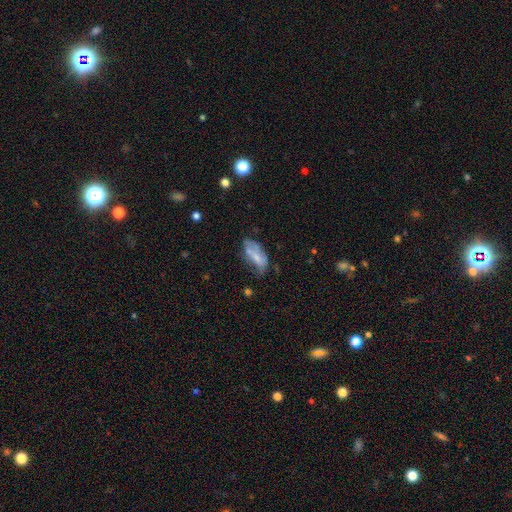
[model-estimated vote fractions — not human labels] A smooth galaxy with no disk features (55%) that is in between round and cigar-shaped (87%).

Vote fractions:
- Smooth or featured? smooth: 55% / featured or disk: 37% / star or artifact: 8%
- How rounded? in between: 87% / cigar-shaped: 10% / round: 3%
- Merging? none: 38% / minor disturbance: 33% / major disturbance: 21% / merger: 8%